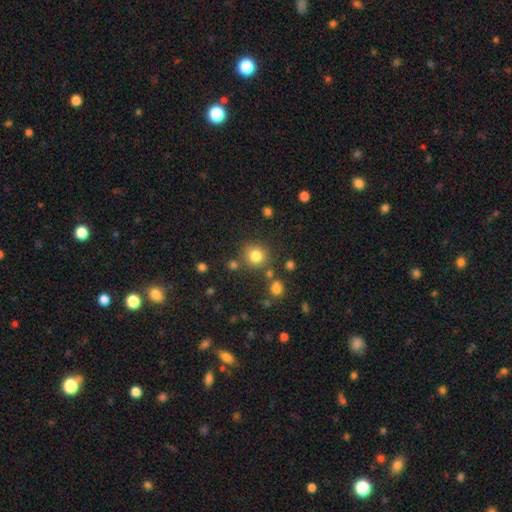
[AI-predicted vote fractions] This is clearly a smooth galaxy (80%). How rounded: clearly round (89%). Merging: likely none (79%).